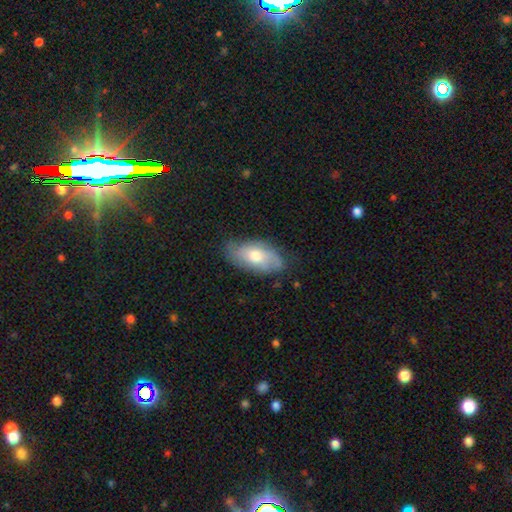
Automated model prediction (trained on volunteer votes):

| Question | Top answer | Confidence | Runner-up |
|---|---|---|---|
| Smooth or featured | smooth | 54% | featured or disk (39%) |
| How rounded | in between | 91% | cigar-shaped (5%) |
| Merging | none | 70% | minor disturbance (24%) |